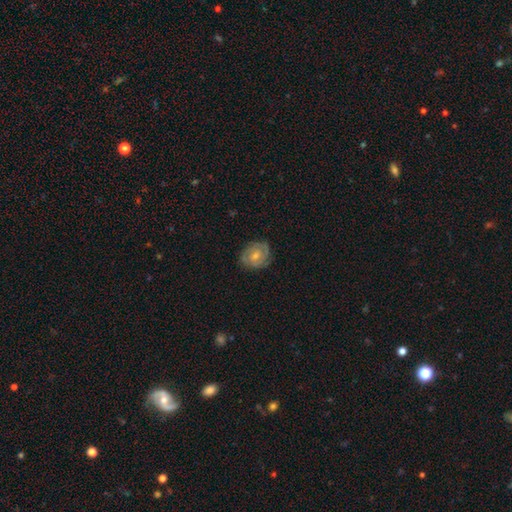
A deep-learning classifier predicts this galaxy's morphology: smooth-or-featured: featured or disk: 65% | smooth: 29% | star or artifact: 6%
  disk-edge-on: no: 98% | yes: 2%
    bar: no: 61% | weak: 34% | strong: 5%
    has-spiral-arms: yes: 90% | no: 10%
      spiral-winding: tight: 61% | medium: 31% | loose: 8%
      spiral-arm-count: 2: 49% | can't tell: 25% | 3: 16% | 1: 4% | 4: 4% | more than 4: 3%
    bulge-size: small: 50% | moderate: 44% | none: 3% | large: 2% | dominant: 1%
  merging: none: 77% | minor disturbance: 17% | major disturbance: 5% | merger: 1%